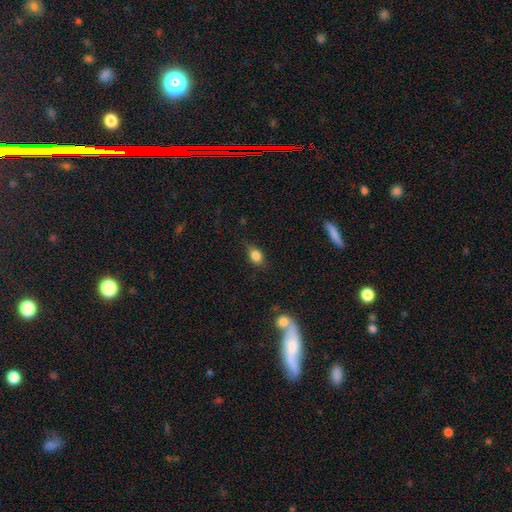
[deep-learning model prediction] This appears to be a smooth galaxy with no disk features (83%) that is in between round and cigar-shaped (71%). Merging: none (72%).